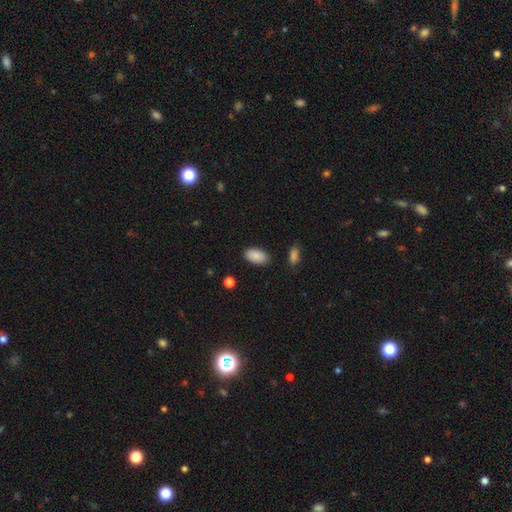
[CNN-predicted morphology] Smooth or featured?
  - smooth: 89% *
  - star or artifact: 7%
  - featured or disk: 4%
How rounded?
  - in between: 95% *
  - round: 4%
  - cigar-shaped: 2%
Merging?
  - none: 86% *
  - minor disturbance: 10%
  - major disturbance: 2%
  - merger: 2%